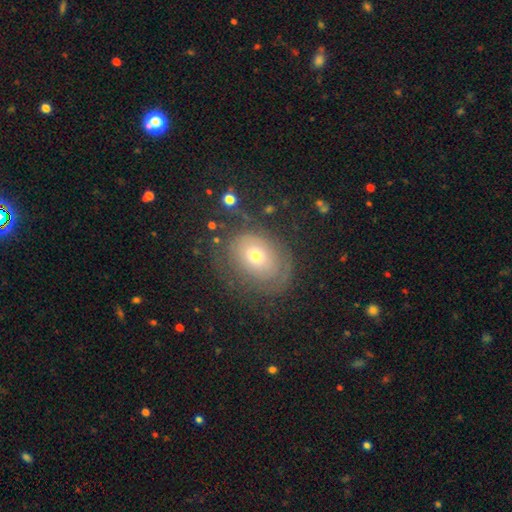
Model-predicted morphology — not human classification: type=smooth (44%); merging=none (68%).